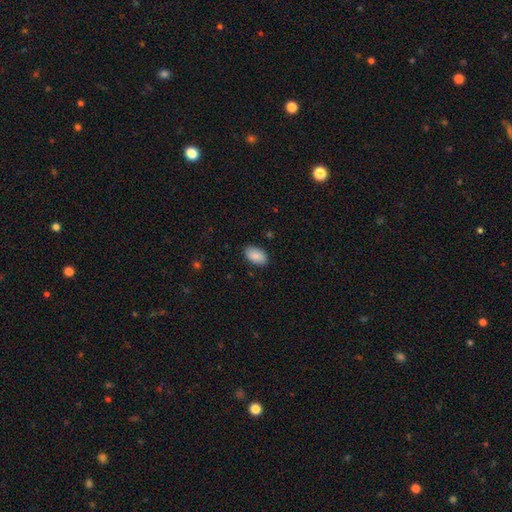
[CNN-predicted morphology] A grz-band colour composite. It shows a smooth galaxy with no disk features (88%) that is in between round and cigar-shaped (94%). Merging: none (87%).